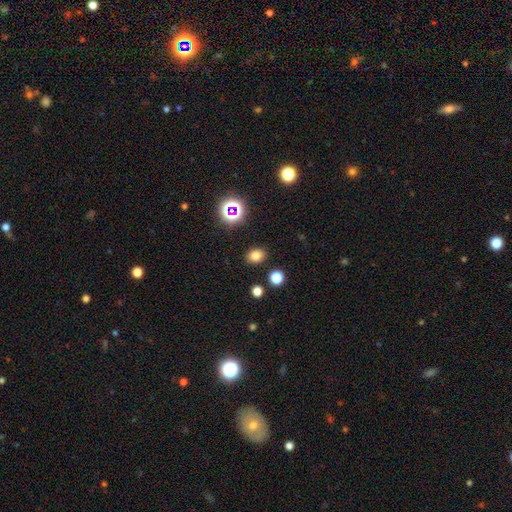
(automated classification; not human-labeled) smooth_or_featured: smooth (p=0.78) [alt: star or artifact p=0.16]
how_rounded: in between (p=0.56) [alt: round p=0.43]
merging: none (p=0.87) [alt: minor disturbance p=0.08]